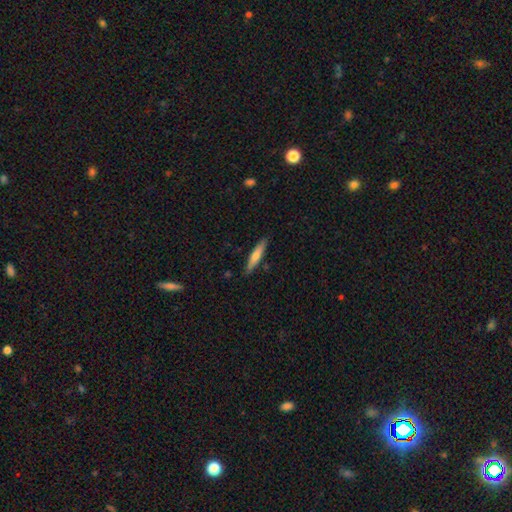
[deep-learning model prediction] Smooth or featured? smooth (63%)
How rounded? cigar-shaped (89%)
Merging? none (87%)